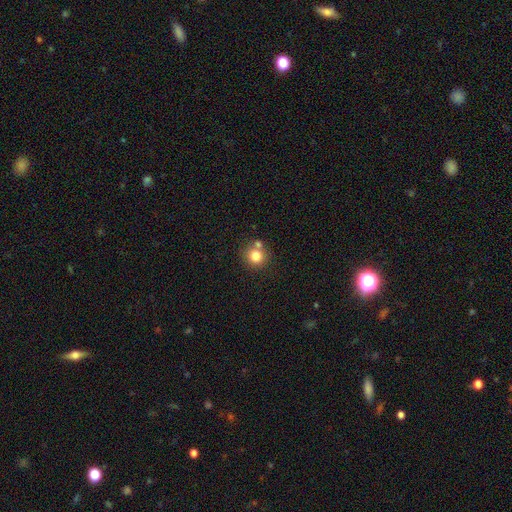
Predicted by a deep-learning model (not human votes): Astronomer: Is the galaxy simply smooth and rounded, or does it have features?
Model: smooth — 80%.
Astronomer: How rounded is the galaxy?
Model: round — 89%.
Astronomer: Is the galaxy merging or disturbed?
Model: none — 65%.